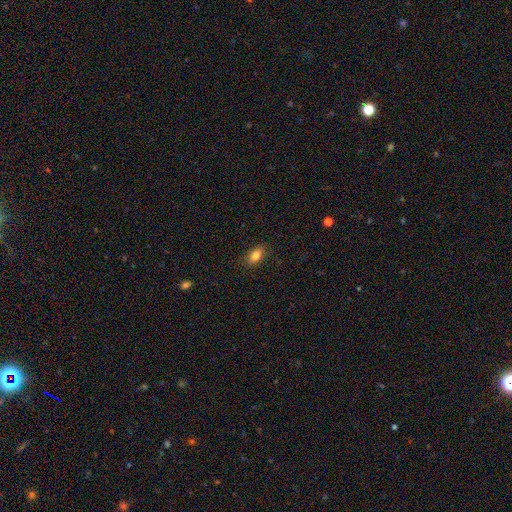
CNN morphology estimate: Smooth or featured? Predicted: smooth (p=0.81). How rounded? Predicted: in between (p=0.85). Merging? Predicted: none (p=0.85).